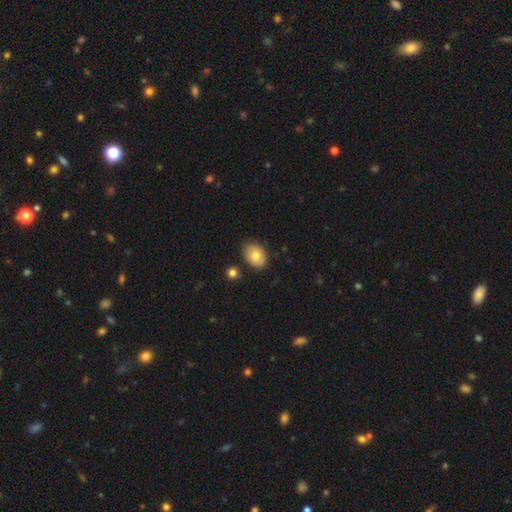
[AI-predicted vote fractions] Q: Smooth or featured?
A: smooth (77%); runner-up: featured or disk (15%)
Q: How rounded?
A: in between (80%); runner-up: round (19%)
Q: Merging?
A: none (82%); runner-up: minor disturbance (12%)